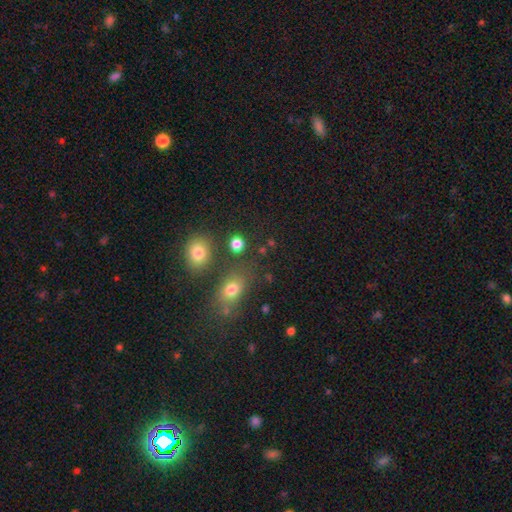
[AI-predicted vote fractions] Smooth or featured? smooth (55%)
How rounded? round (54%)
Merging? none (55%)